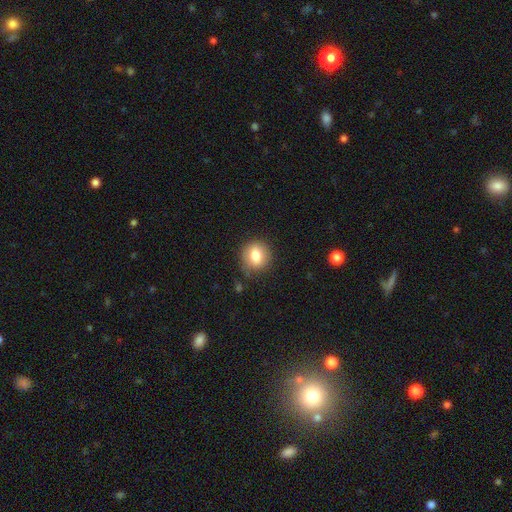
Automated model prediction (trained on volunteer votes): Q: Smooth or featured?
A: smooth (79%); runner-up: featured or disk (12%)
Q: How rounded?
A: round (78%); runner-up: in between (21%)
Q: Merging?
A: none (84%); runner-up: minor disturbance (12%)